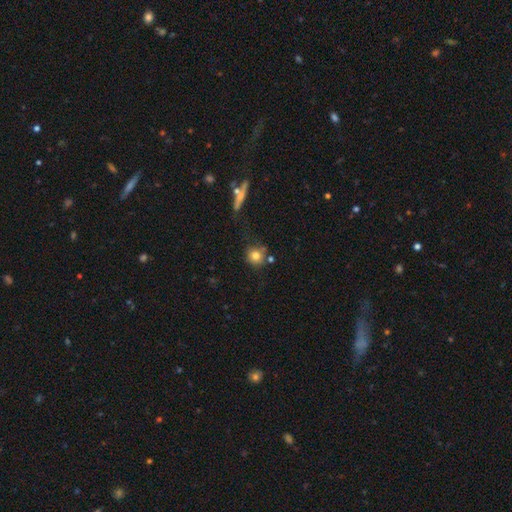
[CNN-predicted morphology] The model was most divided on "merging": none: 68%, minor disturbance: 15%, merger: 11%, major disturbance: 5%. More confident: how rounded — round (88%); smooth or featured — smooth (77%).